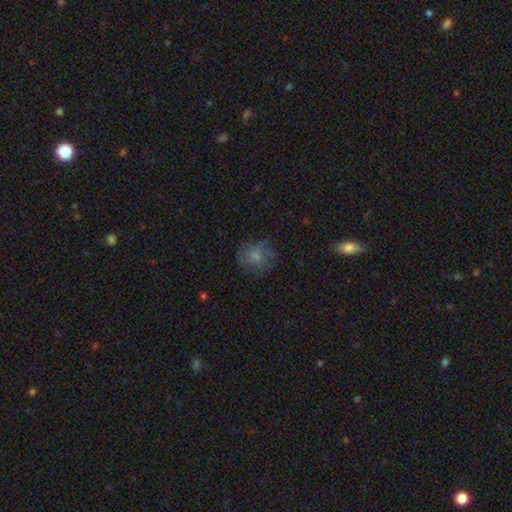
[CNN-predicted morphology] A smooth galaxy with no disk features (68%) that is round (76%).

Vote fractions:
- Smooth or featured? smooth: 68% / featured or disk: 20% / star or artifact: 12%
- How rounded? round: 76% / in between: 23% / cigar-shaped: 1%
- Merging? none: 69% / minor disturbance: 19% / major disturbance: 11% / merger: 1%